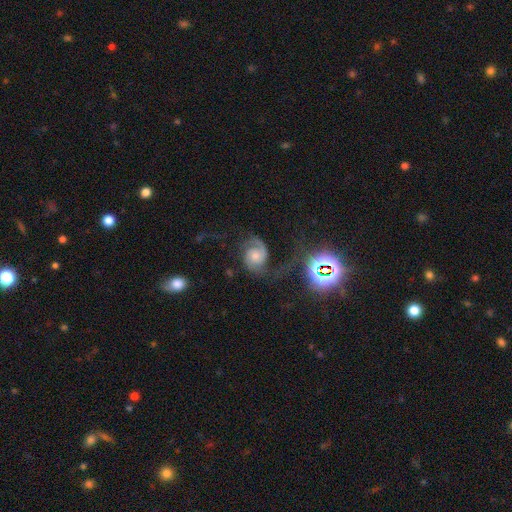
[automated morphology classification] Smooth or featured?
  - featured or disk: 77% *
  - smooth: 13%
  - star or artifact: 10%
Edge-on disk?
  - no: 98% *
  - yes: 2%
Bar?
  - no: 69% *
  - weak: 26%
  - strong: 5%
Spiral arms?
  - yes: 96% *
  - no: 4%
Spiral winding?
  - medium: 48% *
  - loose: 28%
  - tight: 24%
Spiral arm count?
  - 2: 80% *
  - 1: 11%
  - can't tell: 4%
  - 3: 2%
  - 4: 1%
  - more than 4: 1%
Bulge size?
  - moderate: 44% *
  - small: 31%
  - large: 12%
  - none: 11%
  - dominant: 3%
Merging?
  - none: 52% *
  - major disturbance: 23%
  - minor disturbance: 20%
  - merger: 5%